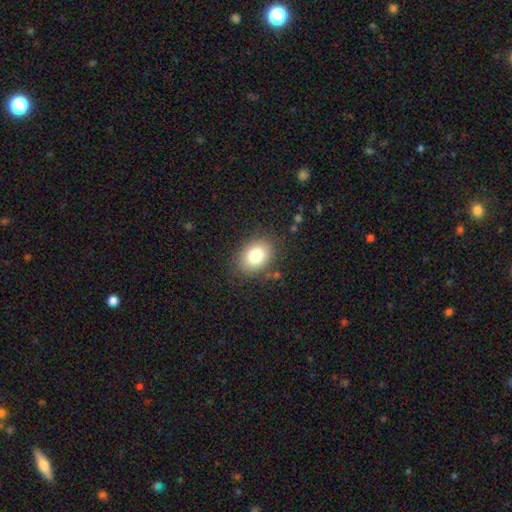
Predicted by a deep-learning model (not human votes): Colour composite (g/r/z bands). It shows a smooth galaxy with no disk features (82%) that is in between round and cigar-shaped (70%). Merging: none (83%).